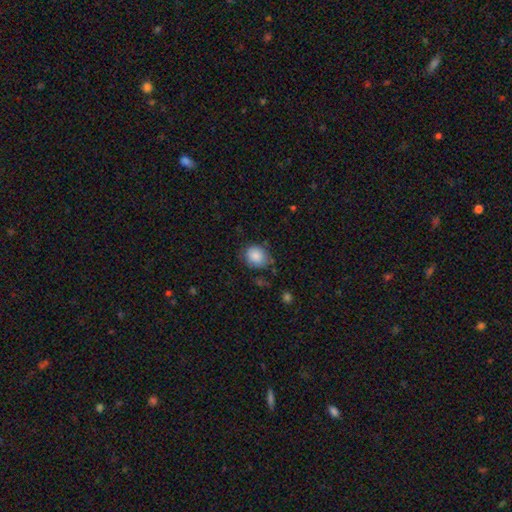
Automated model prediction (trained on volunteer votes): The model was most divided on "how rounded": round: 62%, in between: 37%, cigar-shaped: 1%. More confident: smooth or featured — smooth (86%); merging — none (71%).